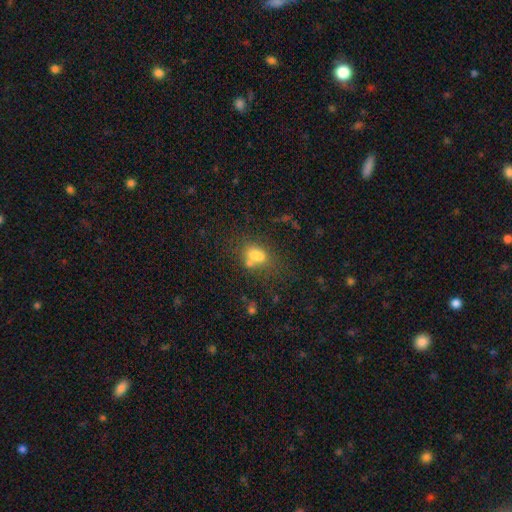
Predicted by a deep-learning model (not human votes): smooth-or-featured: smooth: 66% | featured or disk: 17% | star or artifact: 17%
  how-rounded: in between: 66% | round: 31% | cigar-shaped: 3%
  merging: merger: 39% (tied) | none: 39% (tied) | minor disturbance: 14% | major disturbance: 9%